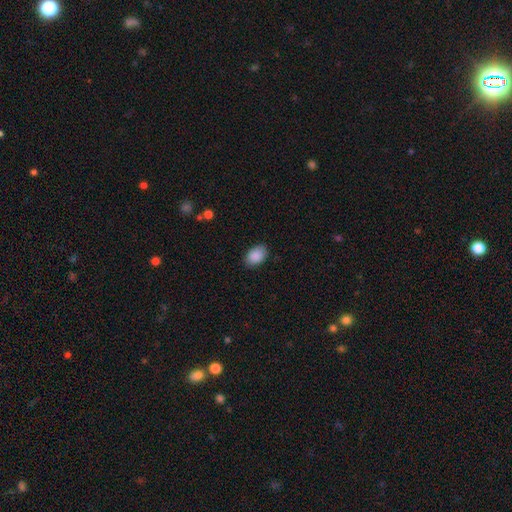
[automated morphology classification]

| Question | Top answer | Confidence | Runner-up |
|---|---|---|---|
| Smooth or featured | smooth | 90% | star or artifact (7%) |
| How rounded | in between | 86% | round (13%) |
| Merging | none | 86% | minor disturbance (11%) |